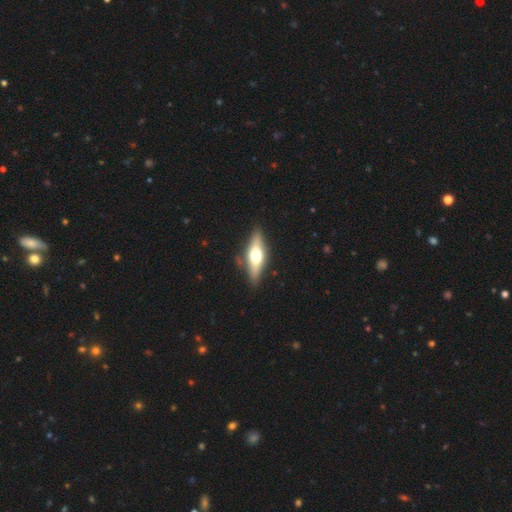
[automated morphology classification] Smooth or featured? featured or disk (57%)
Edge-on disk? yes (89%)
Edge-on bulge? rounded (94%)
Merging? none (85%)